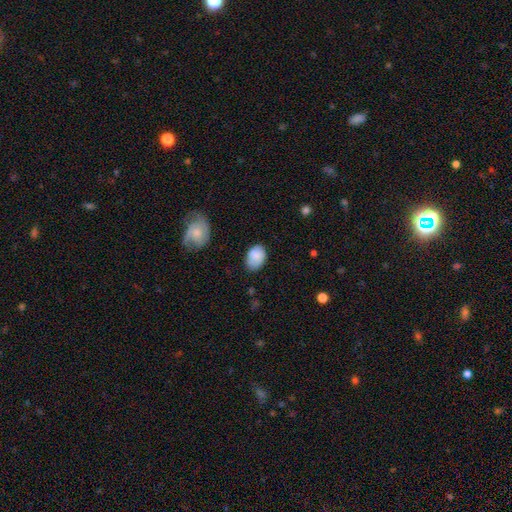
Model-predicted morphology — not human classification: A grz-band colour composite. It shows a smooth galaxy with no disk features (83%) that is in between round and cigar-shaped (80%). Merging: none (69%).